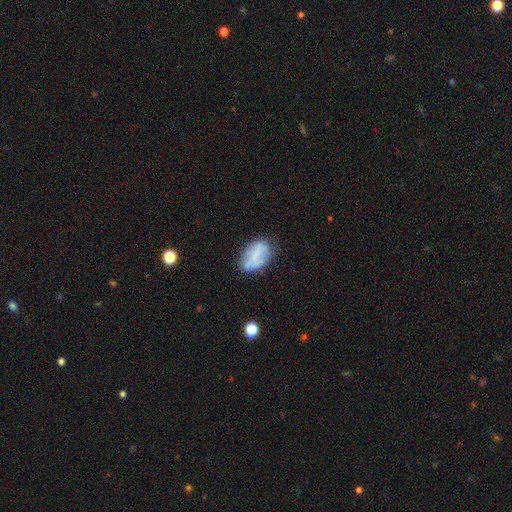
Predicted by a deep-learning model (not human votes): Q: Smooth or featured?
A: smooth (61%); runner-up: featured or disk (30%)
Q: How rounded?
A: in between (89%); runner-up: round (9%)
Q: Merging?
A: none (61%); runner-up: minor disturbance (27%)